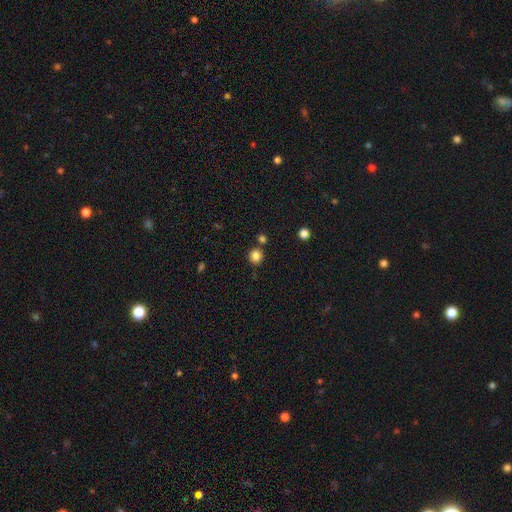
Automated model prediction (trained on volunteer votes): This appears to be a smooth galaxy with no disk features (85%) that is round (88%). Merging: none (78%).